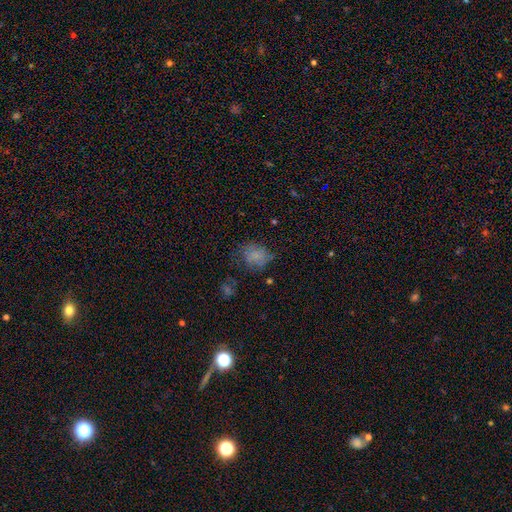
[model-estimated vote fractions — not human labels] This appears to be a smooth galaxy with no disk features (71%) that is in between round and cigar-shaped (51%). Merging: none (51%).